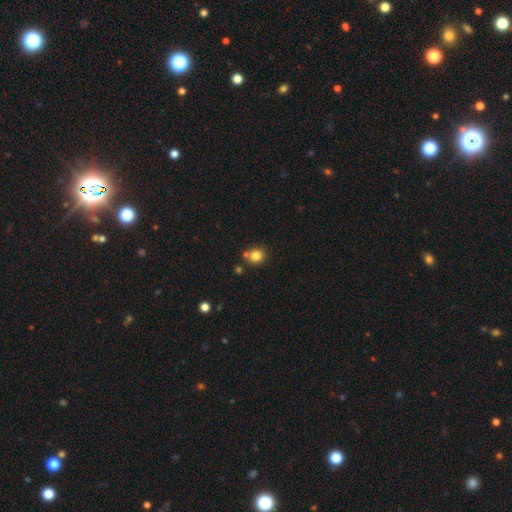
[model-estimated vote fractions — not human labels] Smooth or featured?
  - smooth: 82% *
  - star or artifact: 12%
  - featured or disk: 7%
How rounded?
  - round: 88% *
  - in between: 11%
  - cigar-shaped: 1%
Merging?
  - none: 70% *
  - merger: 18%
  - minor disturbance: 9%
  - major disturbance: 3%